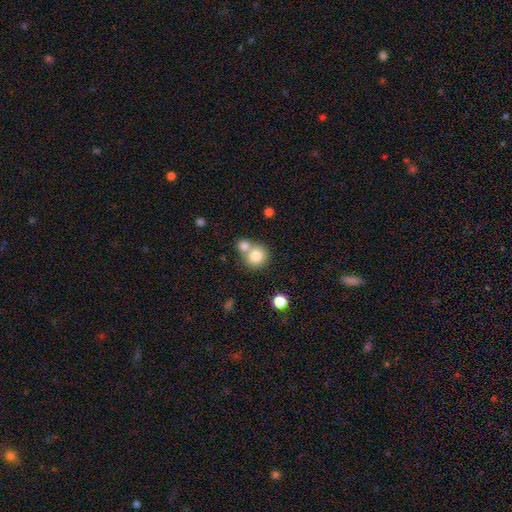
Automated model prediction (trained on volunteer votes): This is clearly a smooth galaxy (81%). How rounded: clearly round (88%). Merging: possibly none (47%).